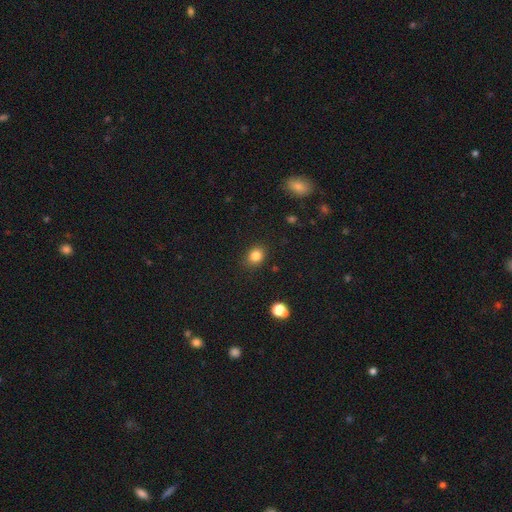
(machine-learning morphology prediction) This appears to be a smooth galaxy with no disk features (84%) that is round (59%). Merging: none (86%).